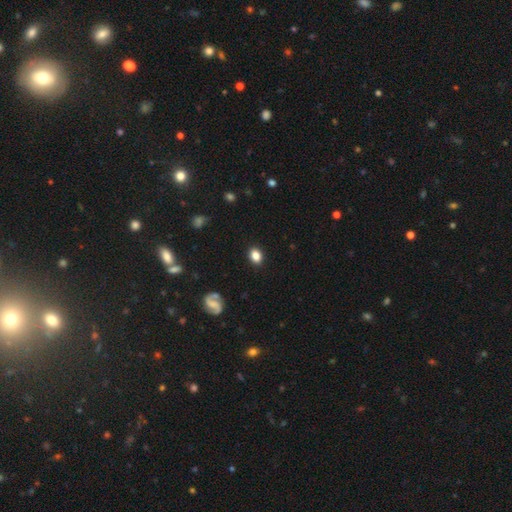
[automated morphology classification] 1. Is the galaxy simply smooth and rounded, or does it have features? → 82% smooth, 10% featured or disk, 9% star or artifact.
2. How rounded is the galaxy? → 66% in between, 33% round, 1% cigar-shaped.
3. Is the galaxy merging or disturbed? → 87% none, 9% minor disturbance, 2% major disturbance, 1% merger.